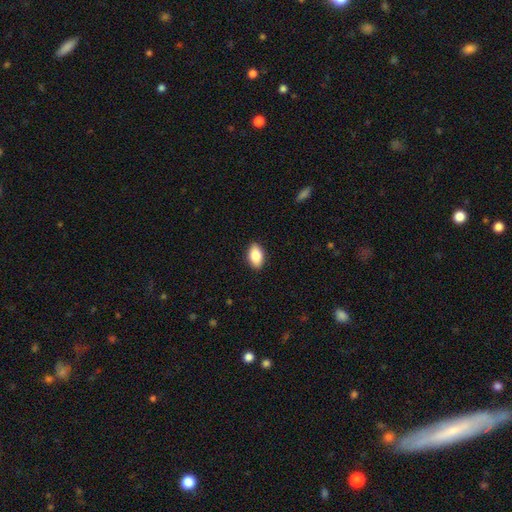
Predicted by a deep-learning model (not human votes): A smooth galaxy with no disk features (83%) that is in between round and cigar-shaped (91%). Merging: none (89%).